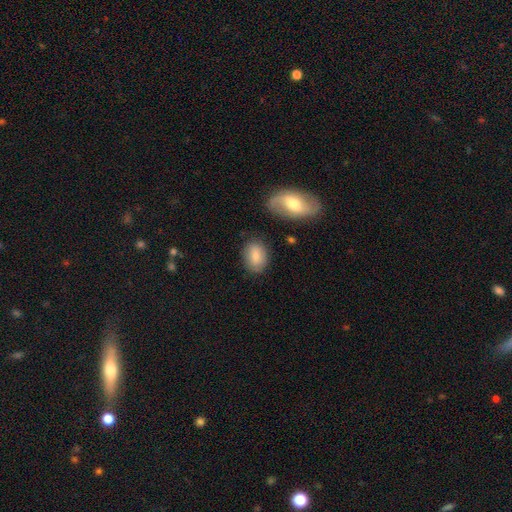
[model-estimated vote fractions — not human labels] A smooth galaxy with no disk features (80%) that is in between round and cigar-shaped (79%).

Vote fractions:
- Smooth or featured? smooth: 80% / featured or disk: 13% / star or artifact: 7%
- How rounded? in between: 79% / round: 20% / cigar-shaped: 2%
- Merging? none: 80% / minor disturbance: 13% / merger: 4% / major disturbance: 4%